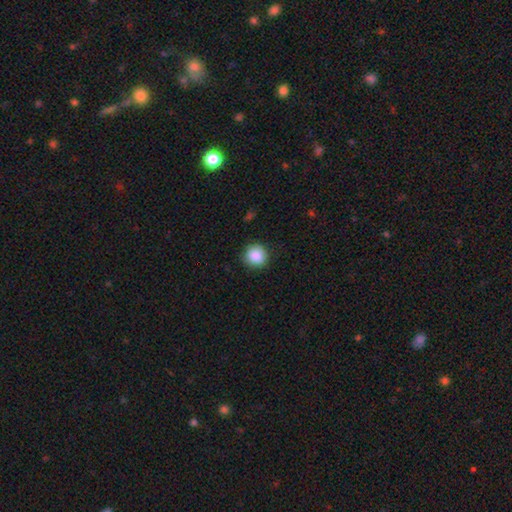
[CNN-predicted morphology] This is clearly a smooth galaxy (88%). How rounded: clearly round (91%). Merging: clearly none (88%).